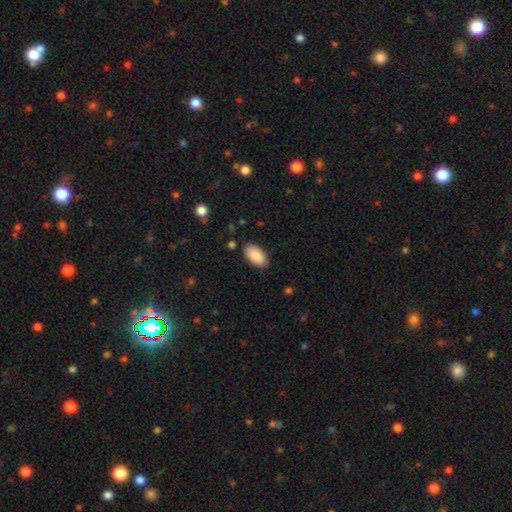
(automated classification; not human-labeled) Morphology: type=smooth (89%); roundness=in between (96%); merging=none (84%).